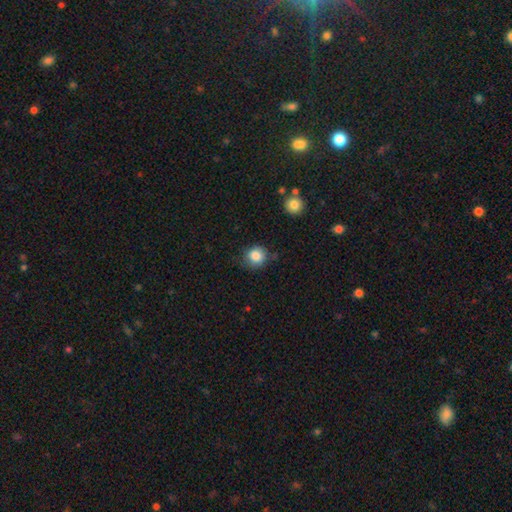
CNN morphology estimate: Smooth or featured: smooth — 85% (star or artifact — 10%)
How rounded: round — 87% (in between — 12%)
Merging: none — 75% (minor disturbance — 18%)